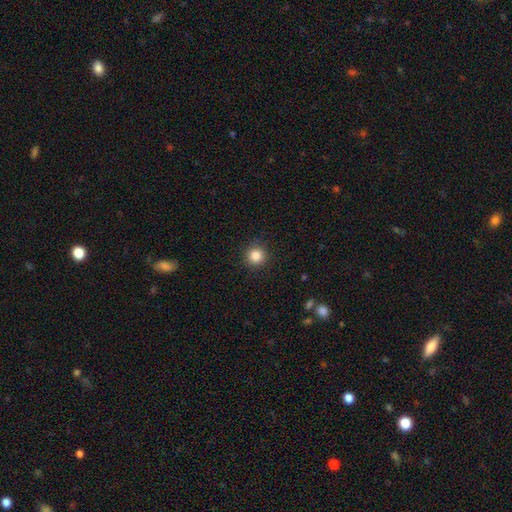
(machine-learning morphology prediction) smooth-or-featured: smooth: 84% | star or artifact: 11% | featured or disk: 4%
  how-rounded: round: 95% | in between: 4% | cigar-shaped: 1%
  merging: none: 91% | minor disturbance: 6% | major disturbance: 2% | merger: 1%